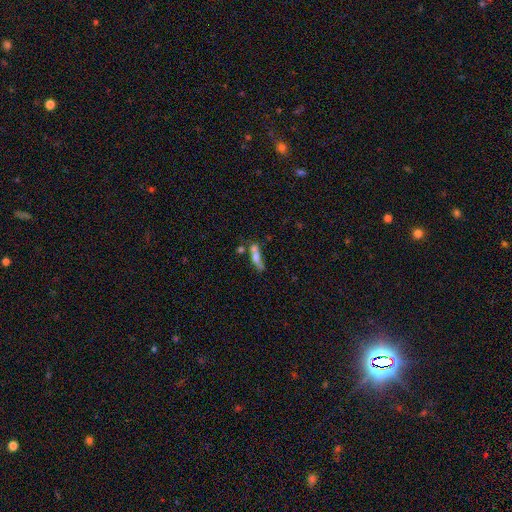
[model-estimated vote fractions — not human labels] Overall: smooth (57%; featured or disk 32%). How rounded: cigar-shaped (56%; in between 40%). Merging: merger (38%; none 35%).